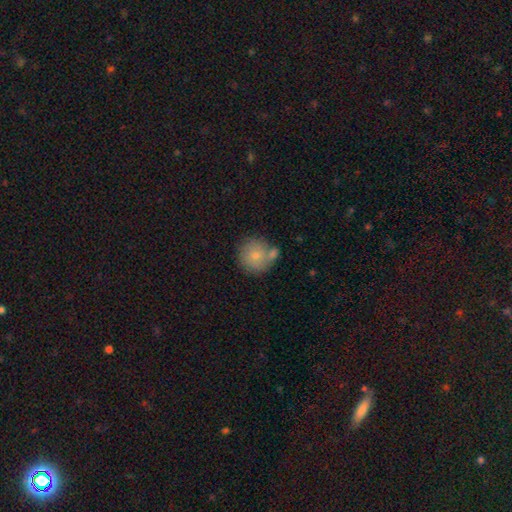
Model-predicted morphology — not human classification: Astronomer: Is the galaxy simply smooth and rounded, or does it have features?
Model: smooth — 78%.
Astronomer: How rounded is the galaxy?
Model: round — 93%.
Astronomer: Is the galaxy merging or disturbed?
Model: none — 56%.